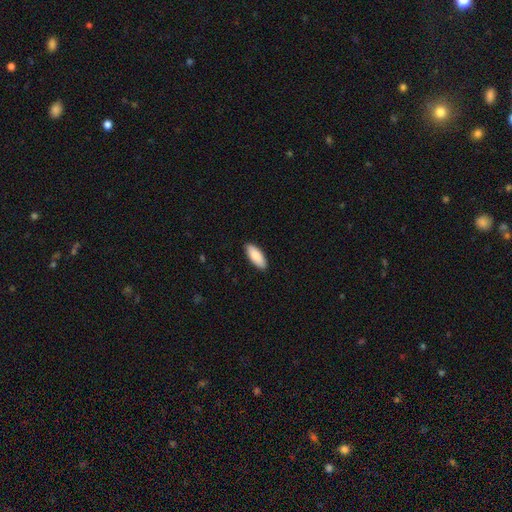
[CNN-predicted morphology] Smooth or featured: smooth — 87% (featured or disk — 7%)
How rounded: in between — 75% (cigar-shaped — 23%)
Merging: none — 90% (minor disturbance — 7%)